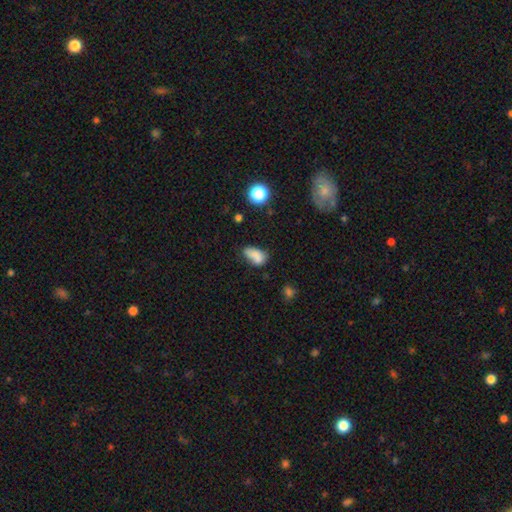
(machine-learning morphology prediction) Smooth or featured? smooth (74%)
How rounded? in between (87%)
Merging? none (40%)